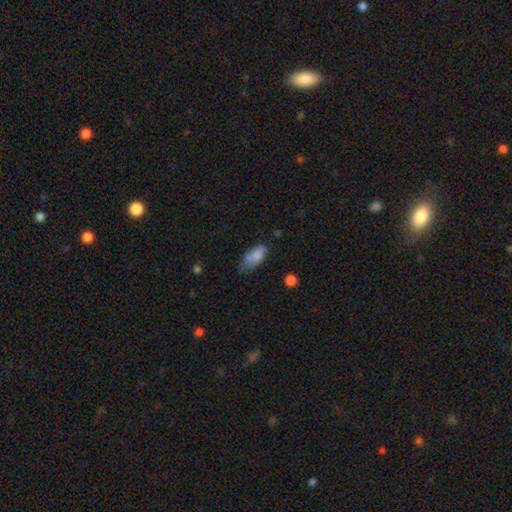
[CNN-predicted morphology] Overall: smooth (79%). How rounded: in between (85%). Merging: minor disturbance (39%; none 36%).